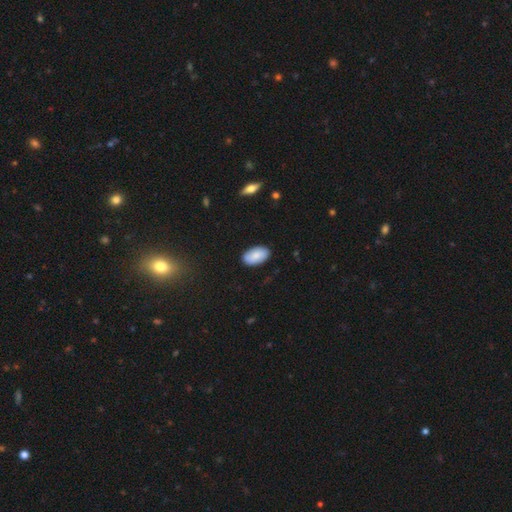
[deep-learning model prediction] Q: Smooth or featured?
A: smooth (85%); runner-up: featured or disk (8%)
Q: How rounded?
A: in between (95%); runner-up: round (3%)
Q: Merging?
A: none (85%); runner-up: minor disturbance (11%)